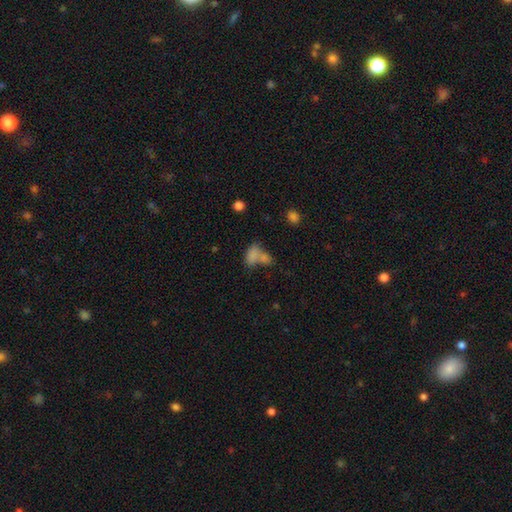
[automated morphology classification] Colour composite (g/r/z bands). It shows a smooth galaxy with no disk features (76%) that is in between round and cigar-shaped (84%). Merging: merger (57%).